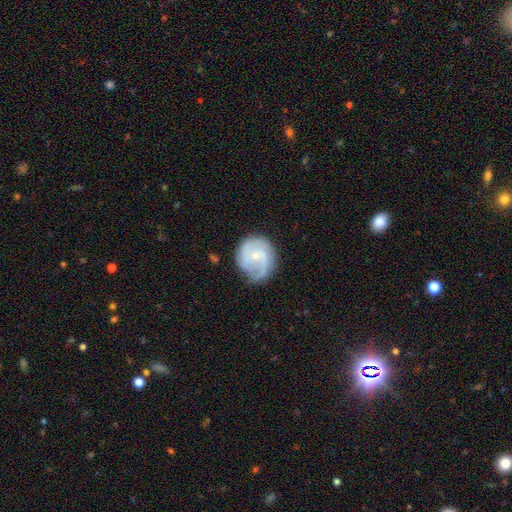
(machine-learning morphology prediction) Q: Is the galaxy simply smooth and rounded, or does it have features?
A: featured or disk — 75%.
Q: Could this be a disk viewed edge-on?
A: no — 98%.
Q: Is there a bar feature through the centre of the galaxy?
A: no — 60%.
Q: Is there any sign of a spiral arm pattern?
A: yes — 93%.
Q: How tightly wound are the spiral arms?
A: medium — 46%.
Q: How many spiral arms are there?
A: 2 — 48%.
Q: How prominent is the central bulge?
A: small — 70%.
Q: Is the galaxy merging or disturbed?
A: none — 67%.